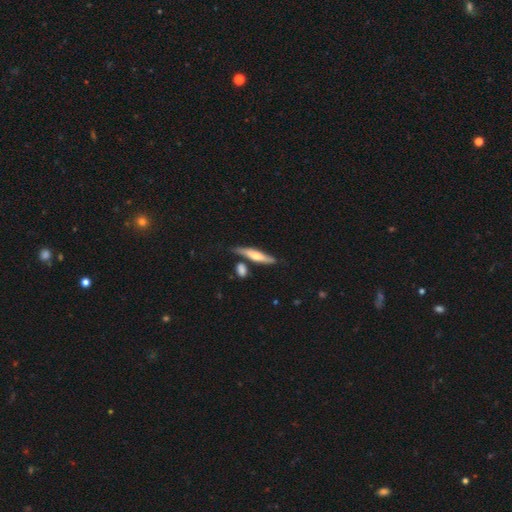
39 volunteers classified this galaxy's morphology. Smooth or featured? featured or disk (56%)
Edge-on disk? yes (91%)
Edge-on bulge? rounded (90%)
Merging? none (82%)